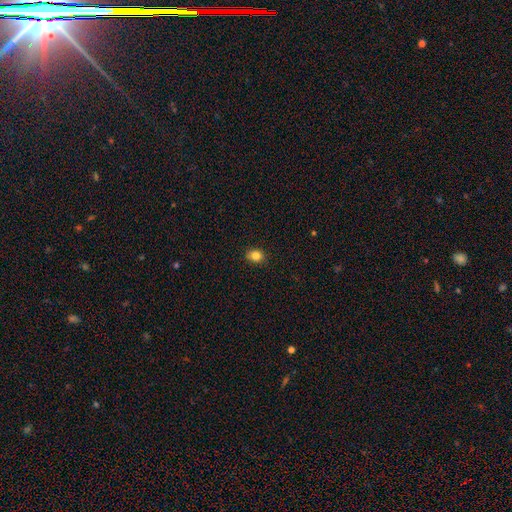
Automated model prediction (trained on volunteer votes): Overall: smooth (83%). How rounded: round (56%; in between 43%). Merging: none (89%).